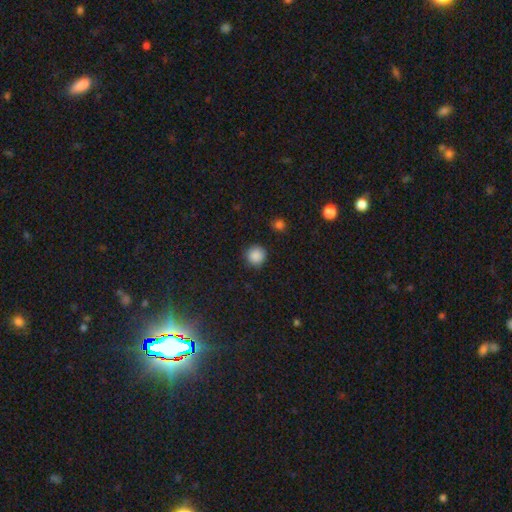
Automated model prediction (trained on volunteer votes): The model was most divided on "smooth or featured": smooth: 87%, star or artifact: 10%, featured or disk: 3%. More confident: how rounded — round (95%); merging — none (89%).